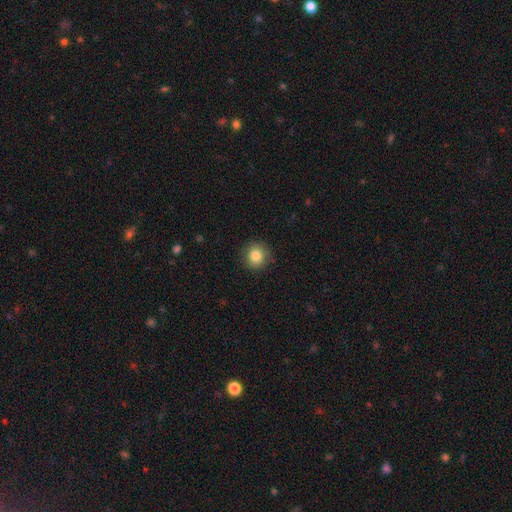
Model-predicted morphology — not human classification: Smooth or featured? smooth (83%)
How rounded? round (91%)
Merging? none (89%)